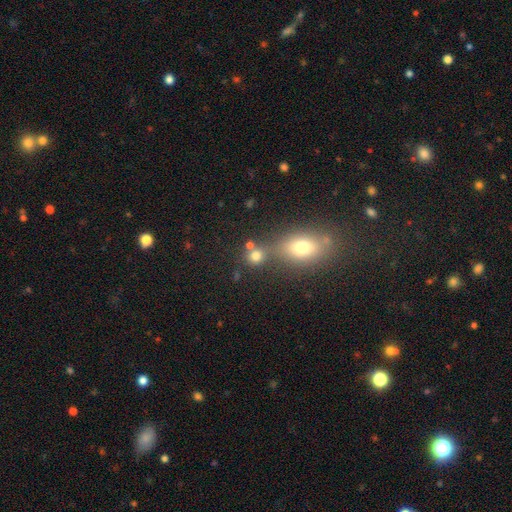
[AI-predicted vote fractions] smooth 76%, star or artifact 16%, featured or disk 9%. Down the decision tree: how rounded — round (80%); merging — none (59%).